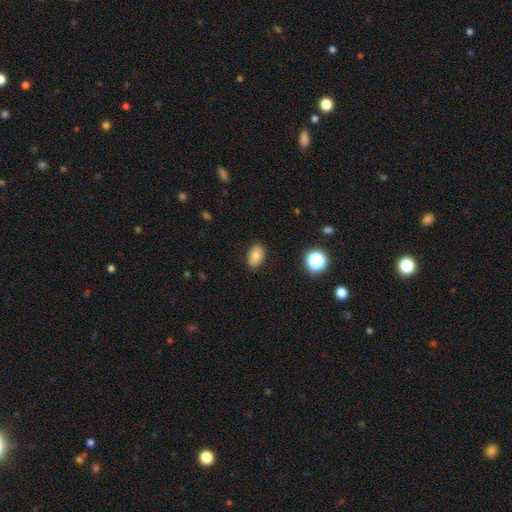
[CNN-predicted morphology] smooth 78%, featured or disk 12%, star or artifact 10%. Down the decision tree: how rounded — in between (87%); merging — none (85%).